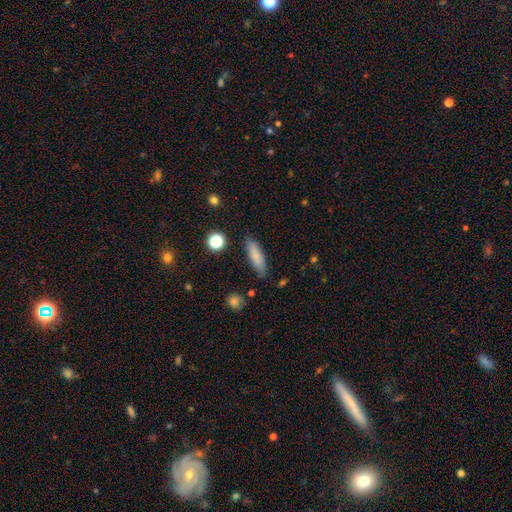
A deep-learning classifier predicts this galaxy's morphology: Smooth or featured? smooth (81%)
How rounded? cigar-shaped (60%)
Merging? none (85%)